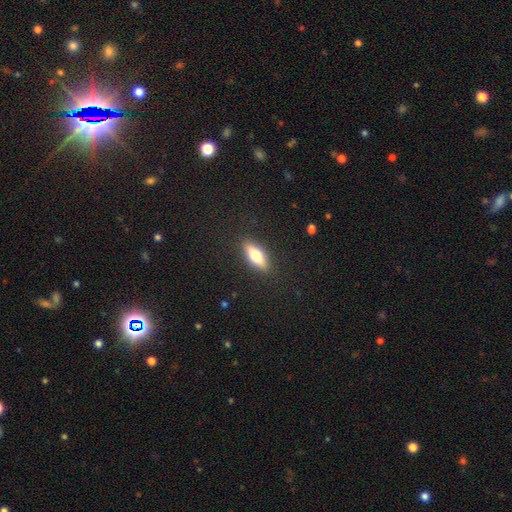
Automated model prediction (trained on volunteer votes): Smooth or featured: smooth — 66% (featured or disk — 27%)
How rounded: in between — 61% (cigar-shaped — 36%)
Merging: none — 88% (minor disturbance — 9%)